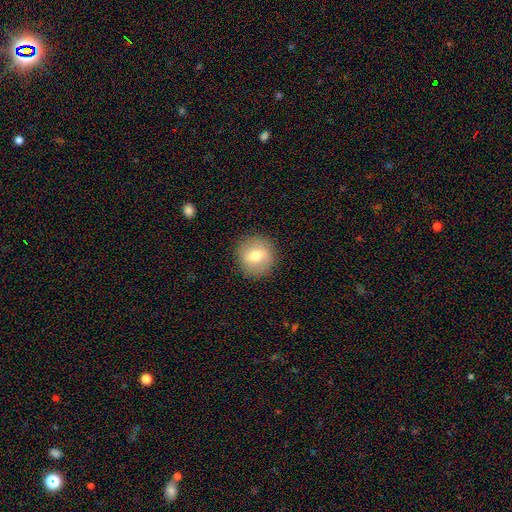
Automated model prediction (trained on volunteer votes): Overall: smooth (65%; featured or disk 26%). How rounded: round (91%). Merging: none (89%).